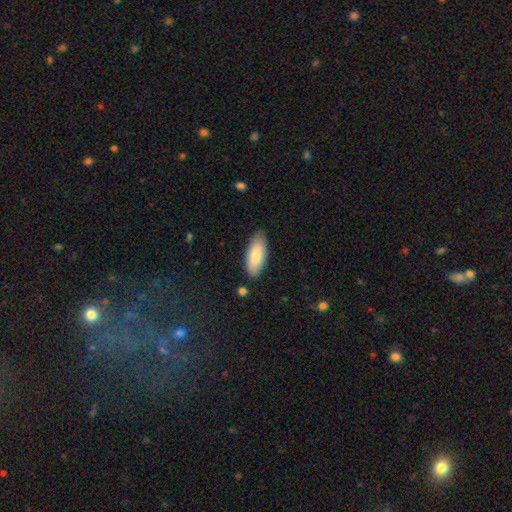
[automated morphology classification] This appears to be a smooth galaxy with no disk features (83%) that is in between round and cigar-shaped (81%). Merging: none (83%).